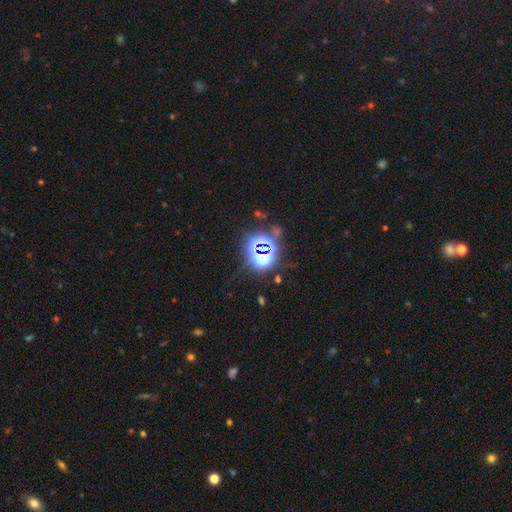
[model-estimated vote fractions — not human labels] Smooth or featured: star or artifact — 74% (smooth — 16%)